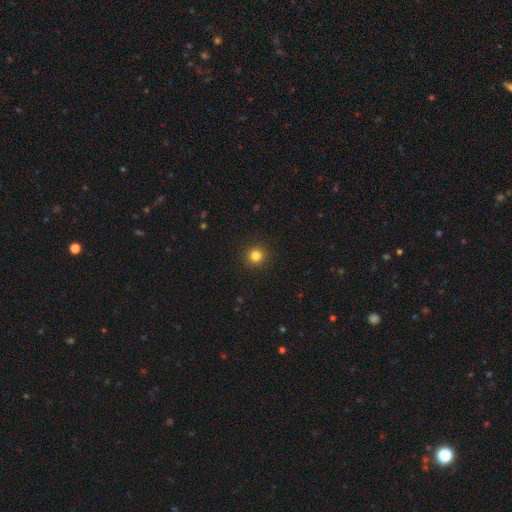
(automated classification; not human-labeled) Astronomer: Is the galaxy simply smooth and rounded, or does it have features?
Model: smooth — 83%.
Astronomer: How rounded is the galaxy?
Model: round — 93%.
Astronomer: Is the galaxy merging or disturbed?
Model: none — 93%.